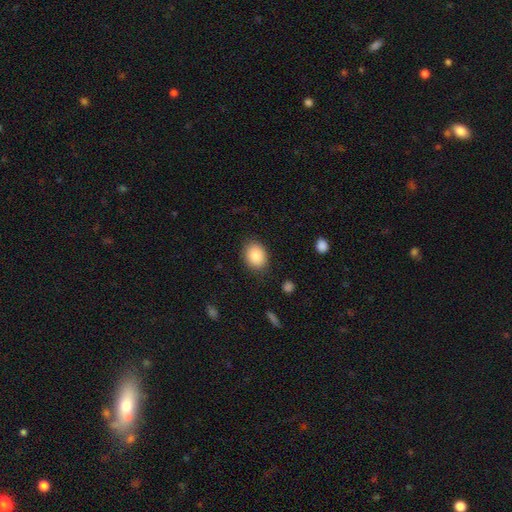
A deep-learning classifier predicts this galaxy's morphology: smooth-or-featured: smooth: 86% | star or artifact: 8% | featured or disk: 6%
  how-rounded: in between: 59% | round: 40% | cigar-shaped: 1%
  merging: none: 84% | minor disturbance: 11% | major disturbance: 3% | merger: 1%